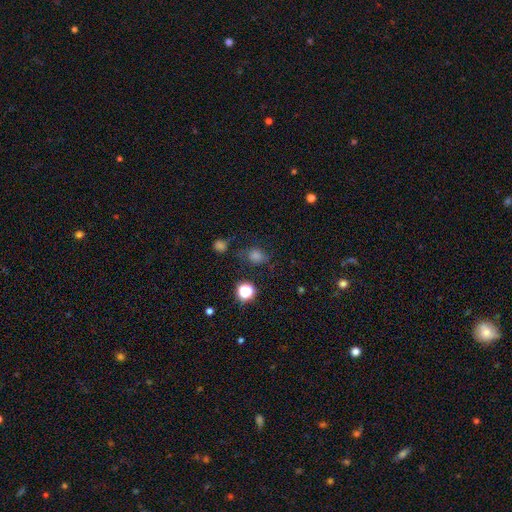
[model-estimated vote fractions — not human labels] Morphology: type=smooth (61%); roundness=round (60%); merging=none (67%).